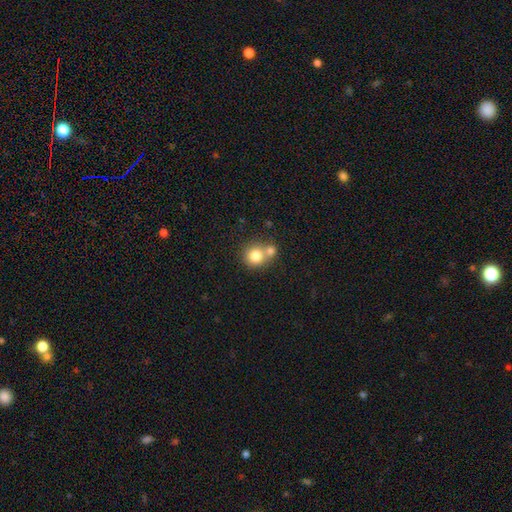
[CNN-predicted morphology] smooth 80%, featured or disk 10%, star or artifact 10%. Down the decision tree: how rounded — round (87%); merging — none (45%).